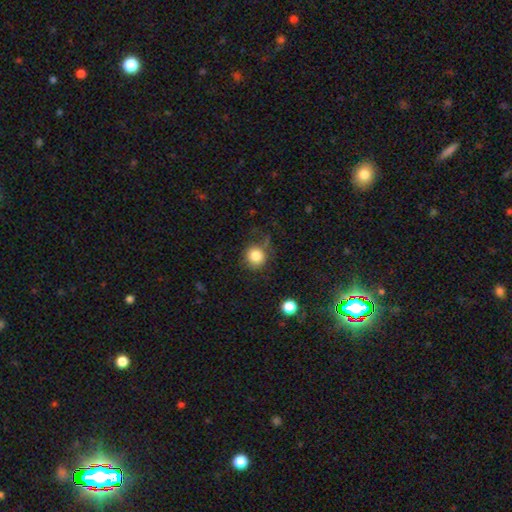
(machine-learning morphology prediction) A smooth galaxy with no disk features (83%) that is round (90%). Merging: none (70%).